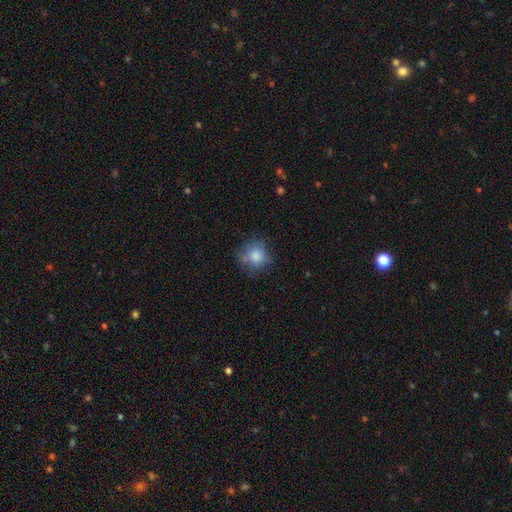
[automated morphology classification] The model was most divided on "merging": none: 62%, minor disturbance: 25%, major disturbance: 11%, merger: 3%. More confident: how rounded — round (79%); smooth or featured — smooth (77%).